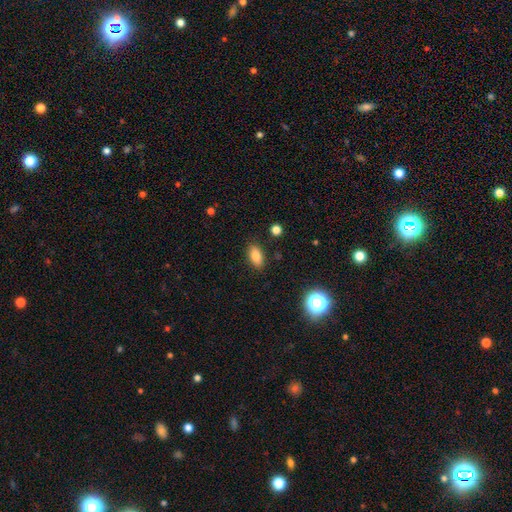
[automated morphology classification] Overall: smooth (83%). How rounded: in between (87%). Merging: none (86%).